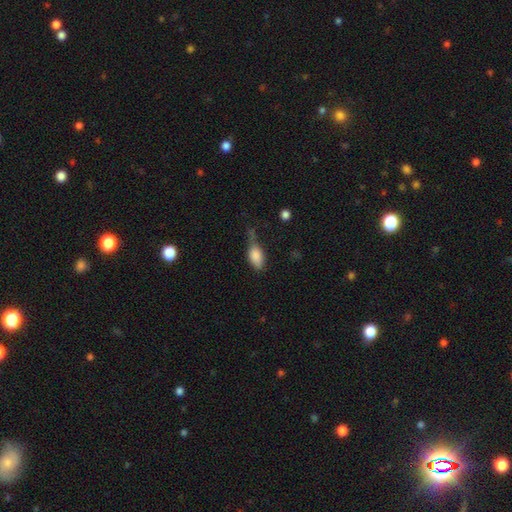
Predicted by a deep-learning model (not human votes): This is clearly a smooth galaxy (82%). How rounded: clearly in between (88%). Merging: marginally minor disturbance (39%).